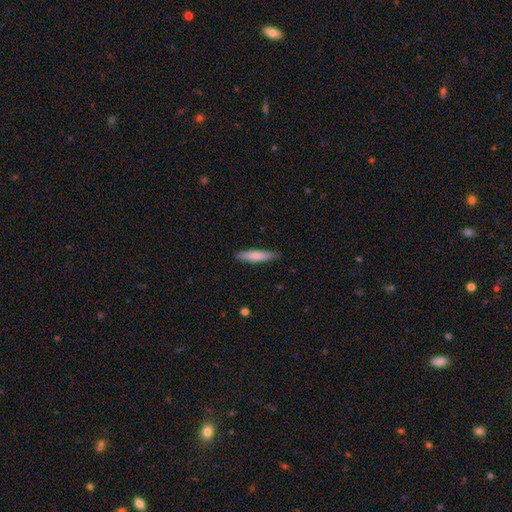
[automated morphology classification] The model was most divided on "smooth or featured": smooth: 77%, featured or disk: 18%, star or artifact: 5%. More confident: merging — none (87%); how rounded — cigar-shaped (82%).